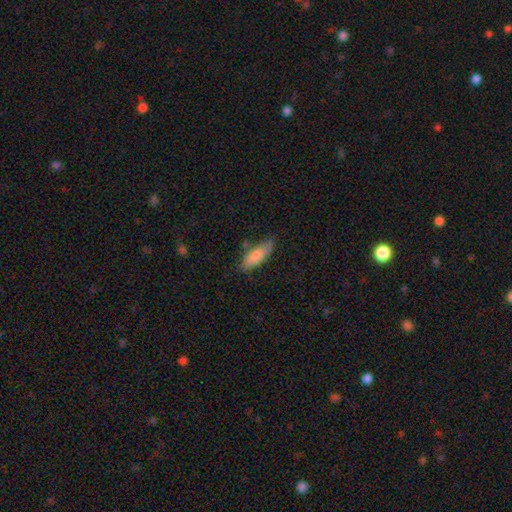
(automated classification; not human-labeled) The model was most divided on "how rounded": in between: 67%, cigar-shaped: 31%, round: 2%. More confident: smooth or featured — smooth (82%); merging — none (65%).